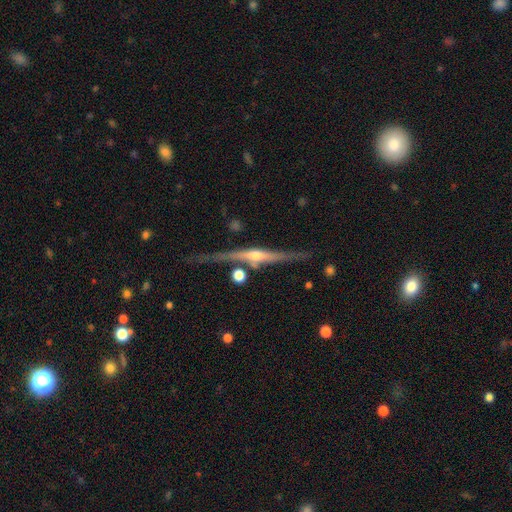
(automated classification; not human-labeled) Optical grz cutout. It shows a featured or disk galaxy (84%) viewed edge-on (97%) with a rounded central bulge (87%). Merging: none (78%).